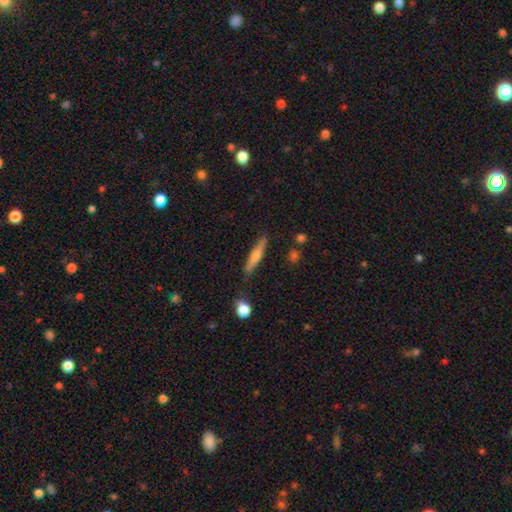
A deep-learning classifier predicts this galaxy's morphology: Smooth or featured? Predicted: smooth (p=0.47). Merging? Predicted: none (p=0.86).